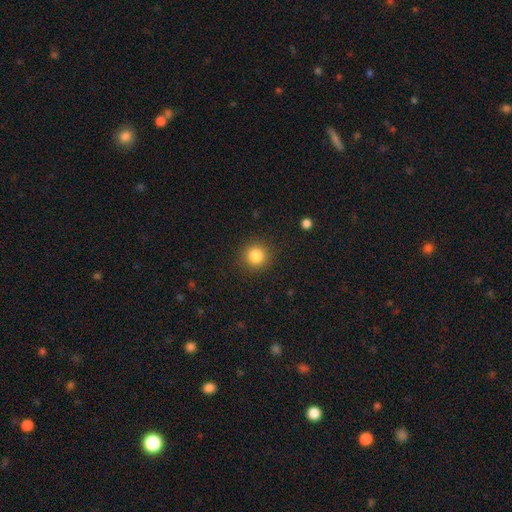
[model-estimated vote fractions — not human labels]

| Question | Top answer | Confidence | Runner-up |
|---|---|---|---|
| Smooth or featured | smooth | 84% | star or artifact (11%) |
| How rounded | round | 92% | in between (7%) |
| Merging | none | 90% | minor disturbance (7%) |